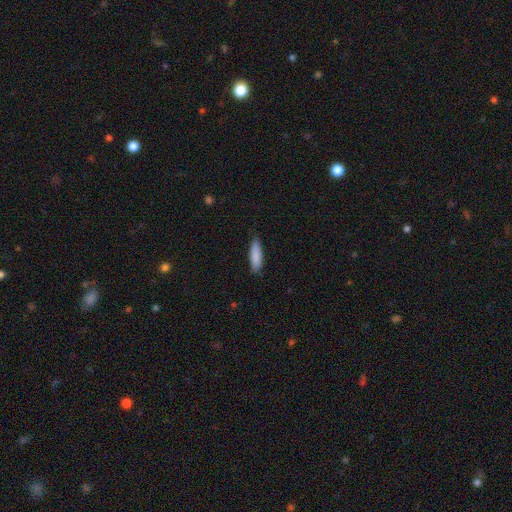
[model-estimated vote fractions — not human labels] Smooth or featured?
  - smooth: 88% *
  - featured or disk: 6%
  - star or artifact: 6%
How rounded?
  - cigar-shaped: 56% *
  - in between: 43%
  - round: 1%
Merging?
  - none: 84% *
  - minor disturbance: 13%
  - major disturbance: 2%
  - merger: 1%